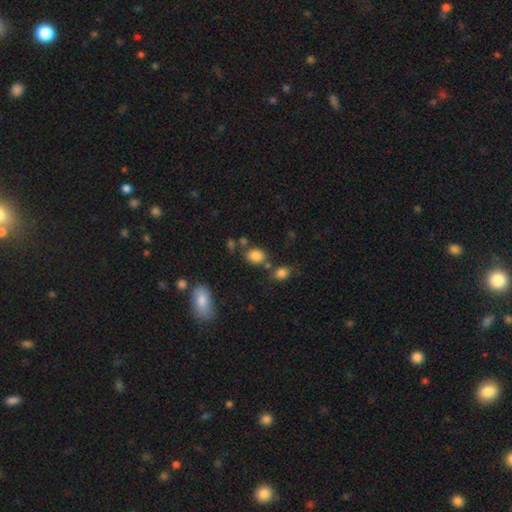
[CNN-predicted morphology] A smooth galaxy with no disk features (83%) that is in between round and cigar-shaped (56%).

Vote fractions:
- Smooth or featured? smooth: 83% / star or artifact: 11% / featured or disk: 6%
- How rounded? in between: 56% / round: 42% / cigar-shaped: 1%
- Merging? none: 66% / minor disturbance: 15% / merger: 14% / major disturbance: 5%